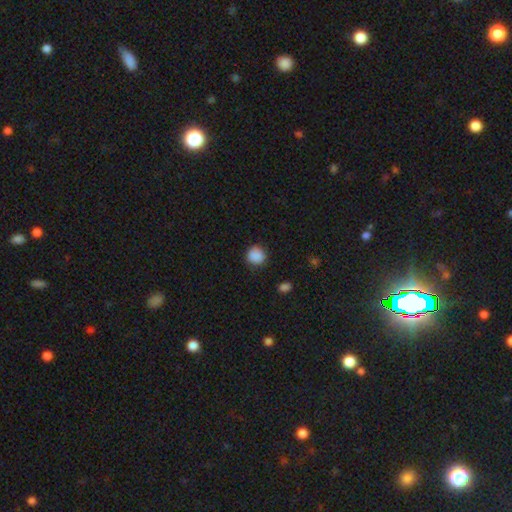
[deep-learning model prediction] smooth 88%, star or artifact 9%, featured or disk 3%. Down the decision tree: how rounded — round (91%); merging — none (88%).